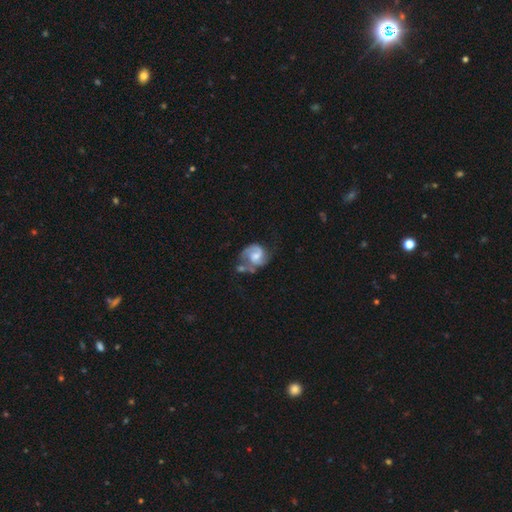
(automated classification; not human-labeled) Overall: featured or disk (76%). Edge-on disk: no (98%). Bar: weak (46%; no 44%). Spiral arms: yes (92%). Spiral arm count: 2 (76%). Spiral winding: medium (49%; tight 31%). Bulge size: moderate (51%; small 26%). Merging: none (40%; merger 22%).